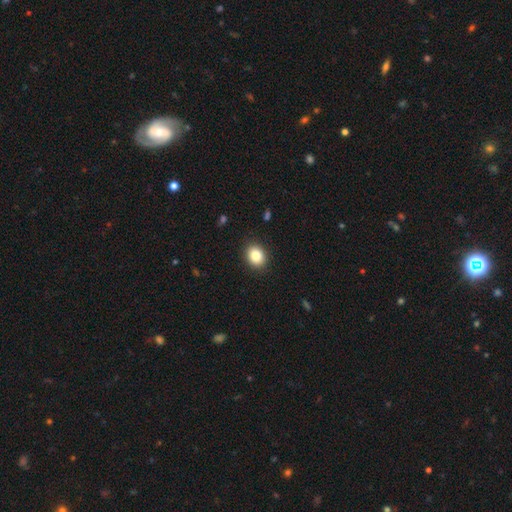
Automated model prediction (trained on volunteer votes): Q: Smooth or featured?
A: smooth (84%); runner-up: star or artifact (9%)
Q: How rounded?
A: round (56%); runner-up: in between (43%)
Q: Merging?
A: none (90%); runner-up: minor disturbance (7%)